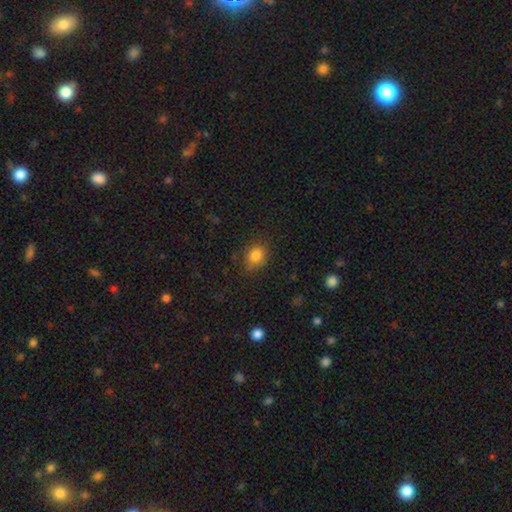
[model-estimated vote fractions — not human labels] This appears to be a smooth galaxy with no disk features (83%) that is round (61%). Merging: none (81%).